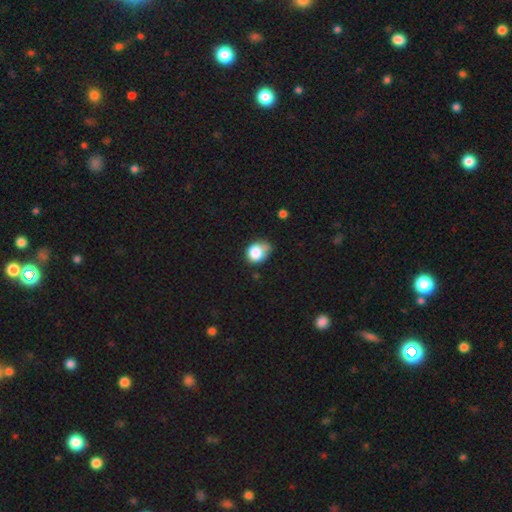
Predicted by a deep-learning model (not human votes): Smooth or featured?
  - smooth: 79% *
  - star or artifact: 11%
  - featured or disk: 9%
How rounded?
  - round: 57% *
  - in between: 42%
  - cigar-shaped: 1%
Merging?
  - none: 43% *
  - minor disturbance: 38%
  - major disturbance: 12%
  - merger: 7%